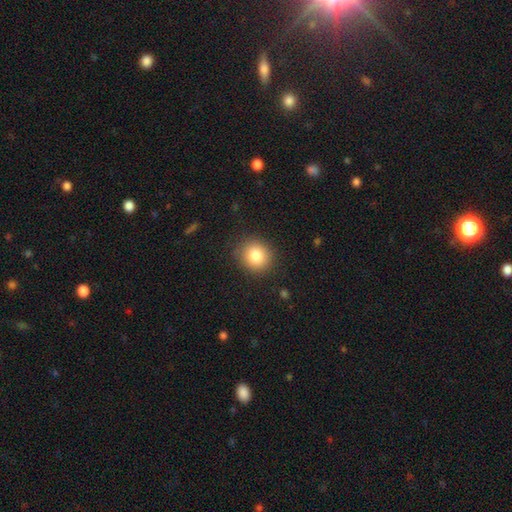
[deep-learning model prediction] Q: Smooth or featured?
A: smooth (83%); runner-up: star or artifact (10%)
Q: How rounded?
A: round (84%); runner-up: in between (15%)
Q: Merging?
A: none (88%); runner-up: minor disturbance (8%)